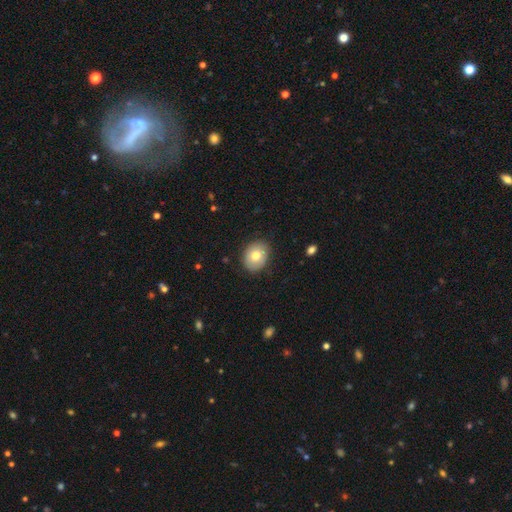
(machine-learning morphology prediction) Smooth or featured?
  - smooth: 75% *
  - featured or disk: 17%
  - star or artifact: 8%
How rounded?
  - round: 51% *
  - in between: 48%
  - cigar-shaped: 1%
Merging?
  - none: 86% *
  - minor disturbance: 10%
  - major disturbance: 2%
  - merger: 1%